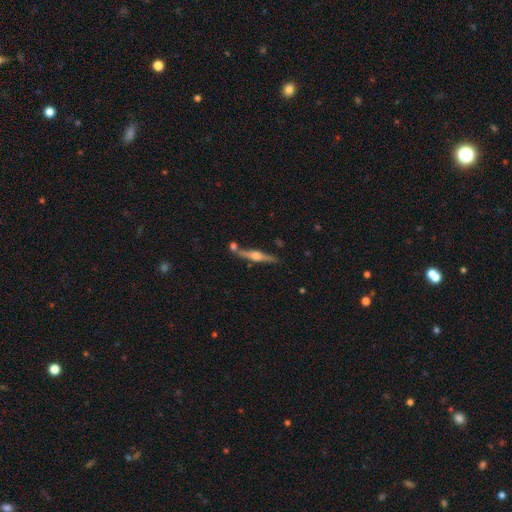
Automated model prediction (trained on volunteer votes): Smooth or featured?
  - featured or disk: 74% *
  - smooth: 19%
  - star or artifact: 6%
Edge-on disk?
  - yes: 97% *
  - no: 3%
Edge-on bulge?
  - rounded: 88% *
  - boxy: 8%
  - none: 3%
Merging?
  - none: 77% *
  - minor disturbance: 10%
  - merger: 10%
  - major disturbance: 3%